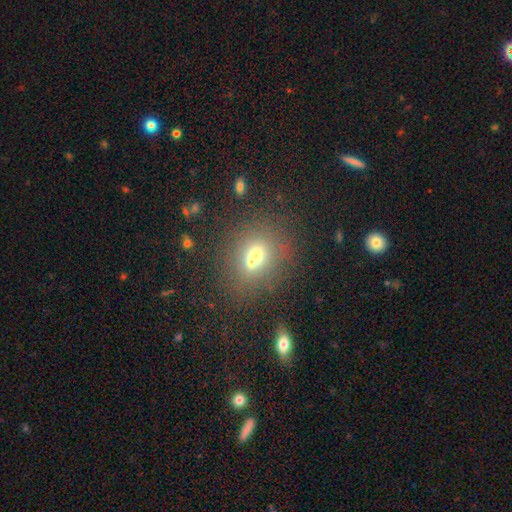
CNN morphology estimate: Overall: smooth (61%; featured or disk 22%). How rounded: round (62%; in between 36%). Merging: merger (46%; none 41%).